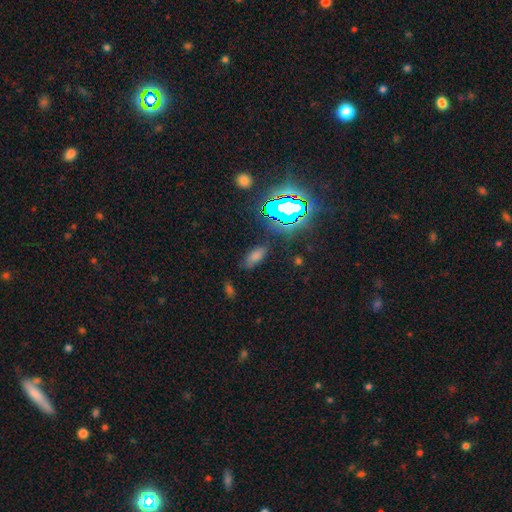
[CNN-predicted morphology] Smooth or featured?
  - smooth: 58% *
  - star or artifact: 32%
  - featured or disk: 10%
How rounded?
  - in between: 81% *
  - cigar-shaped: 13%
  - round: 6%
Merging?
  - none: 79% *
  - minor disturbance: 14%
  - major disturbance: 5%
  - merger: 3%